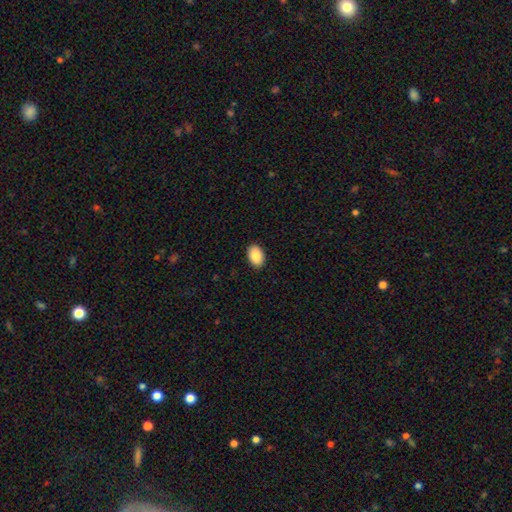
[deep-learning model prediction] A smooth galaxy with no disk features (89%) that is in between round and cigar-shaped (87%).

Vote fractions:
- Smooth or featured? smooth: 89% / star or artifact: 7% / featured or disk: 4%
- How rounded? in between: 87% / round: 12% / cigar-shaped: 1%
- Merging? none: 91% / minor disturbance: 7% / major disturbance: 2% / merger: 1%